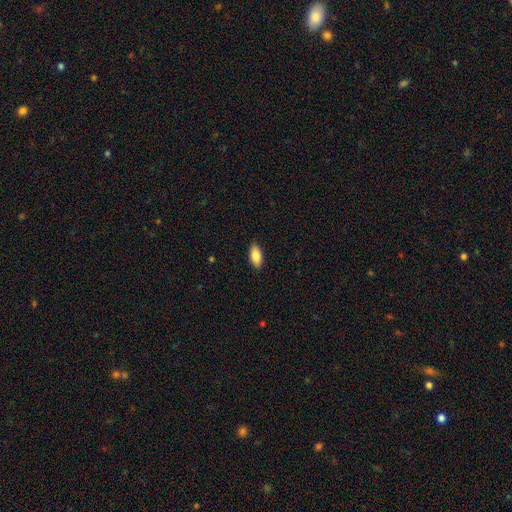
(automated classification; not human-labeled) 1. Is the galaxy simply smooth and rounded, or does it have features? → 84% smooth, 10% featured or disk, 6% star or artifact.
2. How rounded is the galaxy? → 89% in between, 8% cigar-shaped, 2% round.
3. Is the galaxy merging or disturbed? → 89% none, 8% minor disturbance, 2% major disturbance, 1% merger.